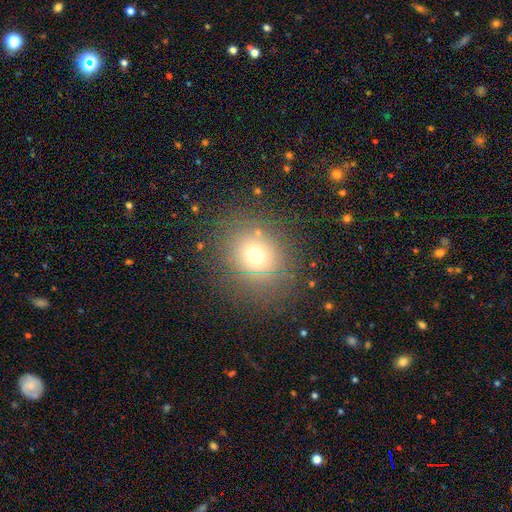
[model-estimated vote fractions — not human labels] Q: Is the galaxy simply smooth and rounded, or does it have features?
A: smooth — 67%.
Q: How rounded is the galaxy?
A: round — 68%.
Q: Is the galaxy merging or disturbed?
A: none — 79%.